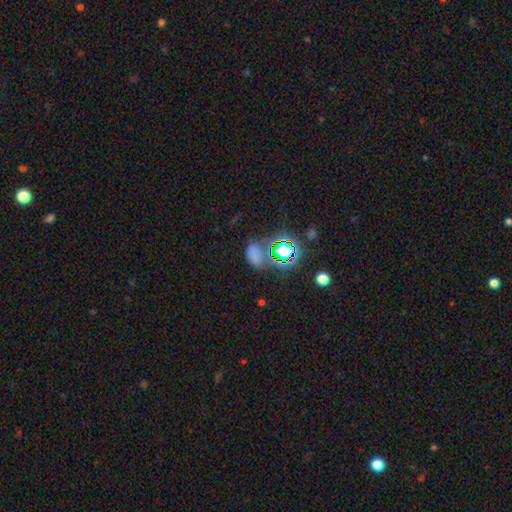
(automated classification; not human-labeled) Smooth or featured: smooth — 50% (star or artifact — 42%)
Merging: none — 55% (minor disturbance — 20%)